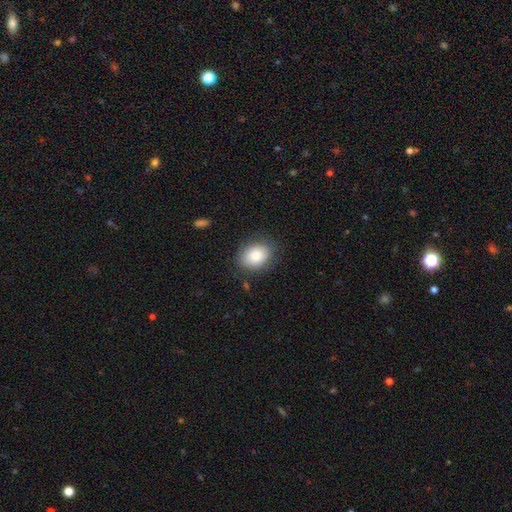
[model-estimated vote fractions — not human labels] smooth-or-featured: smooth: 82% | featured or disk: 10% | star or artifact: 8%
  how-rounded: in between: 65% | round: 34% | cigar-shaped: 1%
  merging: none: 81% | minor disturbance: 14% | major disturbance: 4% | merger: 1%